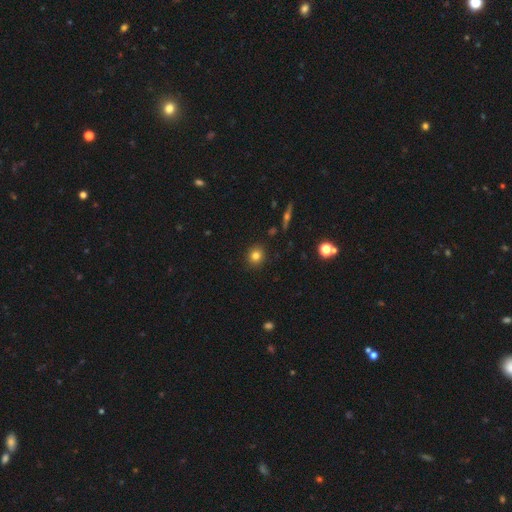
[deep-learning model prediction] Smooth or featured?
  - smooth: 79% *
  - star or artifact: 12%
  - featured or disk: 9%
How rounded?
  - round: 85% *
  - in between: 13%
  - cigar-shaped: 1%
Merging?
  - none: 90% *
  - minor disturbance: 6%
  - major disturbance: 2%
  - merger: 1%